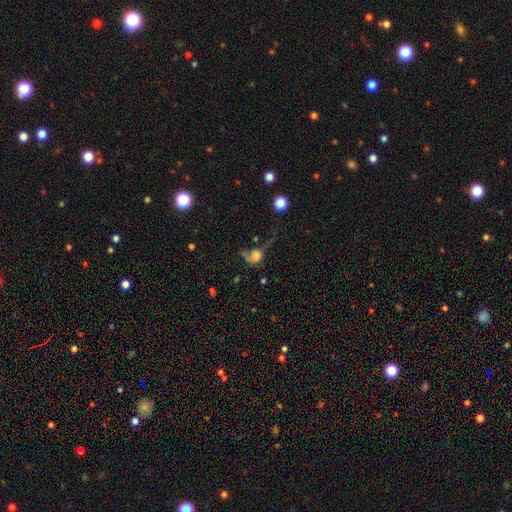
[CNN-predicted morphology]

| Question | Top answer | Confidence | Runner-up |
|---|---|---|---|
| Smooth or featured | smooth | 57% | featured or disk (28%) |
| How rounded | round | 62% | in between (35%) |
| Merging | major disturbance | 46% | none (24%) |